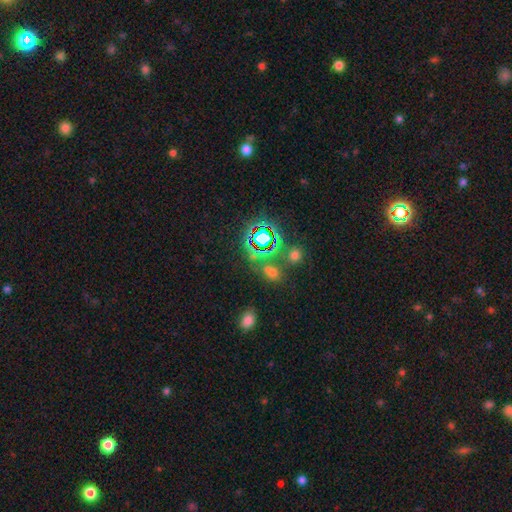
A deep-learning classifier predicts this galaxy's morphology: smooth_or_featured: star or artifact (p=0.68) [alt: smooth p=0.21]